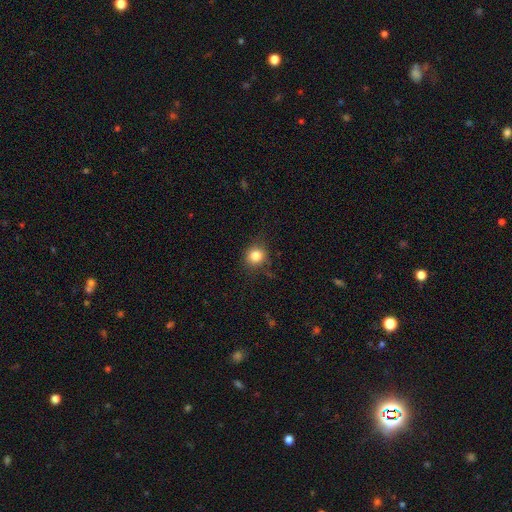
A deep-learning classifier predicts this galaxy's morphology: This appears to be a smooth galaxy with no disk features (83%) that is round (84%). Merging: none (80%).